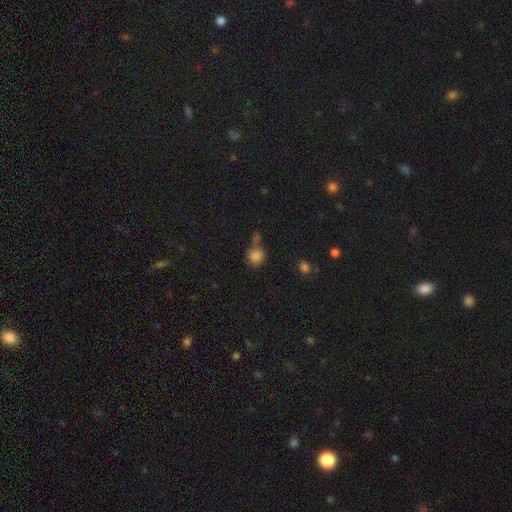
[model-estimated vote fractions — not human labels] Overall: smooth (82%). How rounded: round (67%; in between 31%). Merging: none (42%; merger 30%).